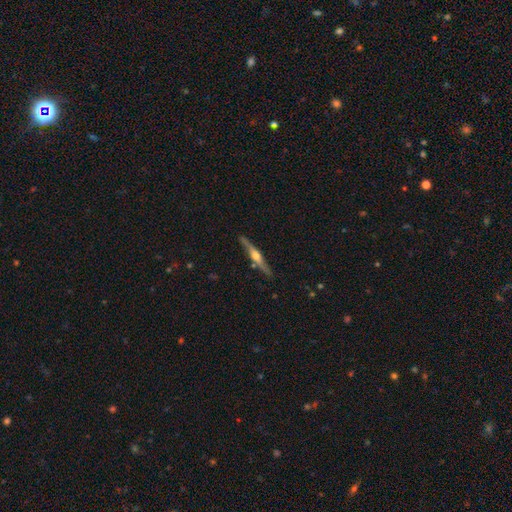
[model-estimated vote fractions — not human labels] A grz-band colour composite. It shows a featured or disk galaxy (76%) viewed edge-on (97%) with a rounded central bulge (91%). Merging: none (86%).